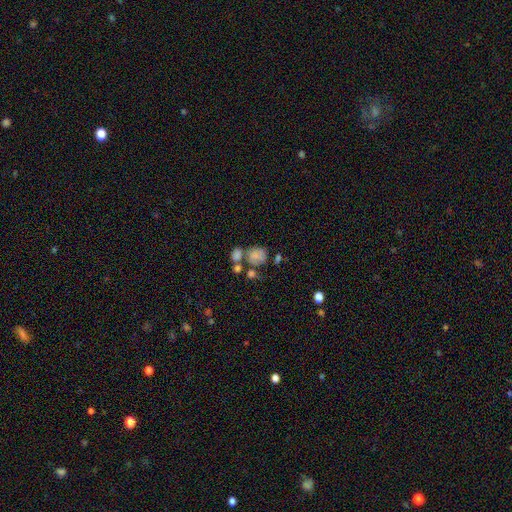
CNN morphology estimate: smooth 66%, featured or disk 22%, star or artifact 12%. Down the decision tree: how rounded — round (59%); merging — merger (39%).